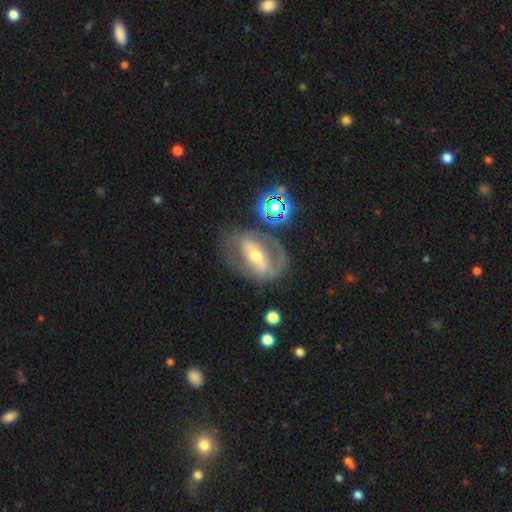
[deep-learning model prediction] Smooth or featured? featured or disk (71%)
Edge-on disk? no (92%)
Bar? strong (49%)
Spiral arms? yes (55%)
Bulge size? moderate (57%)
Merging? none (61%)